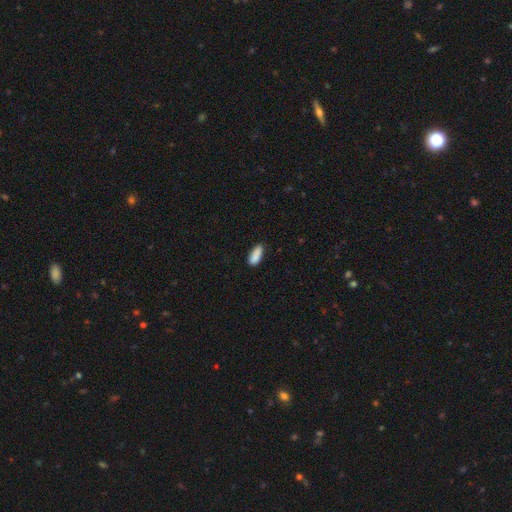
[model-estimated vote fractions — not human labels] This is clearly a smooth galaxy (89%). How rounded: likely in between (73%). Merging: likely none (78%).